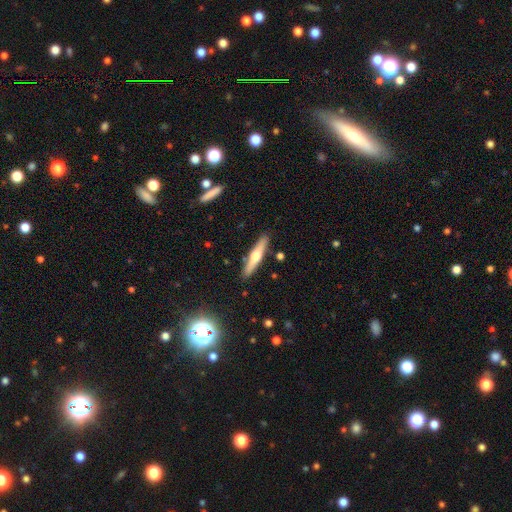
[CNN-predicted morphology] smooth_or_featured: featured or disk (p=0.50) [alt: smooth p=0.44]
disk_edge_on: yes (p=0.94) [alt: no p=0.06]
merging: none (p=0.88) [alt: minor disturbance p=0.08]